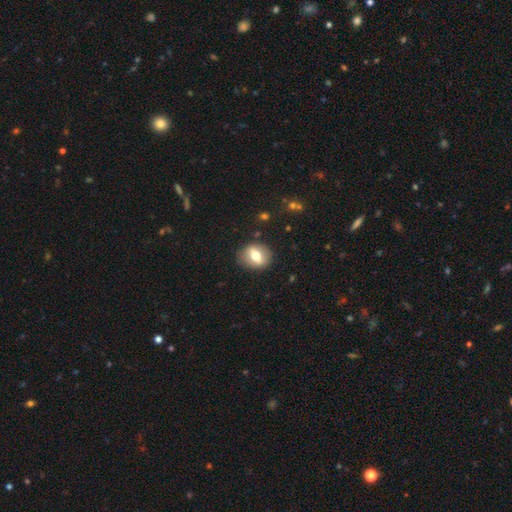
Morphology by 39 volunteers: Smooth or featured?
  - smooth: 51% *
  - featured or disk: 44%
  - star or artifact: 5%
How rounded?
  - round: 55% *
  - in between: 45%
  - cigar-shaped: 0%
Merging?
  - none: 81% *
  - minor disturbance: 14%
  - merger: 5%
  - major disturbance: 0%